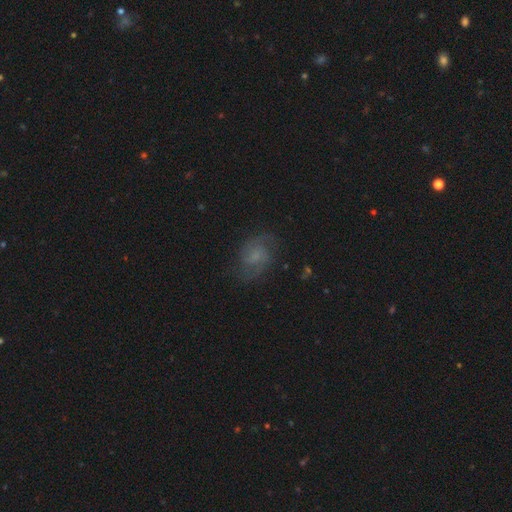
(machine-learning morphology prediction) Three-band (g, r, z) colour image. It shows a featured or disk galaxy (65%) with no bar (54%), 2 (83%) medium (52%) spiral arms (92%) and a small central bulge (36%). Merging: none (74%).